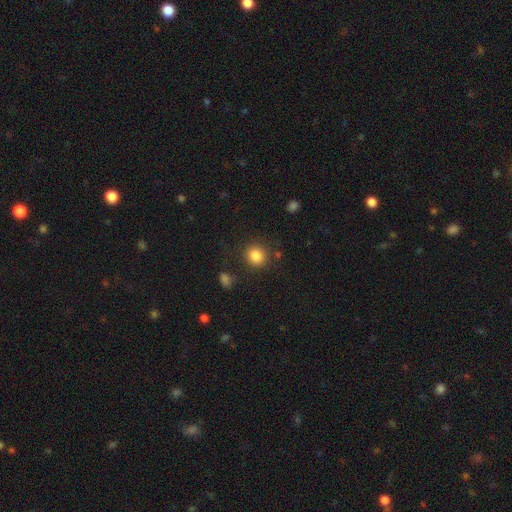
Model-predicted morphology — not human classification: smooth 84%, star or artifact 11%, featured or disk 5%. Down the decision tree: how rounded — round (83%); merging — none (84%).